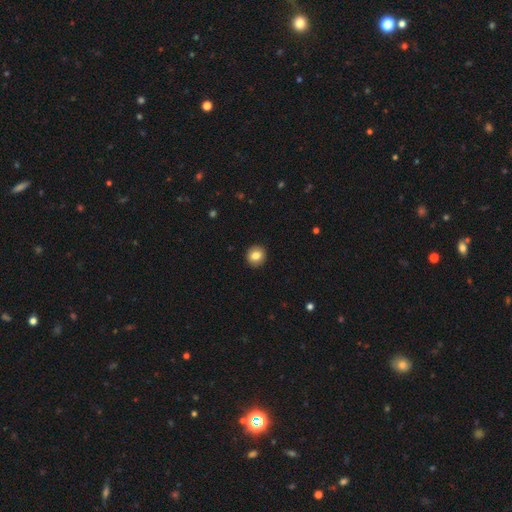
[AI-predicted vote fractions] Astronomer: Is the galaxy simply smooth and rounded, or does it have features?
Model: smooth — 82%.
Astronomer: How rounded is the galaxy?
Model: round — 90%.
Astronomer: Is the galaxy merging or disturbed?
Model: none — 93%.